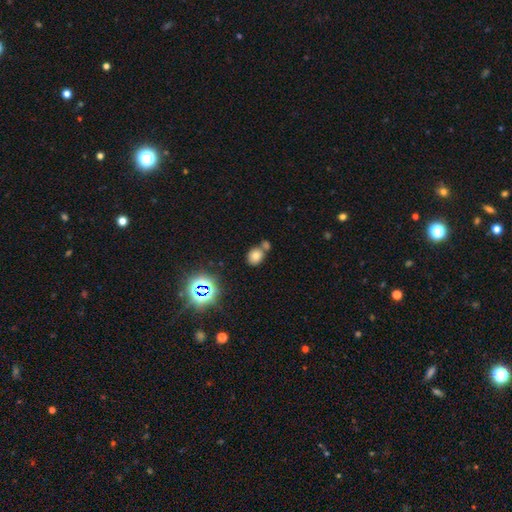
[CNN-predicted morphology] Smooth or featured? Predicted: smooth (p=0.71). How rounded? Predicted: round (p=0.51). Merging? Predicted: none (p=0.56).